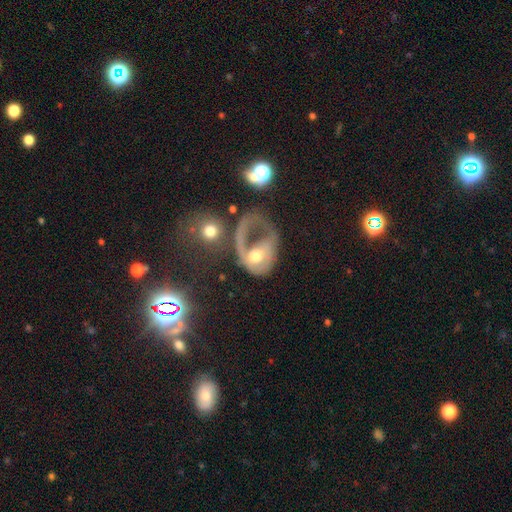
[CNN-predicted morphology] type=featured or disk (55%); edge-on=no (96%); bar=no (77%); spiral arms=no (63%); bulge=moderate (64%); merging=major disturbance (60%).